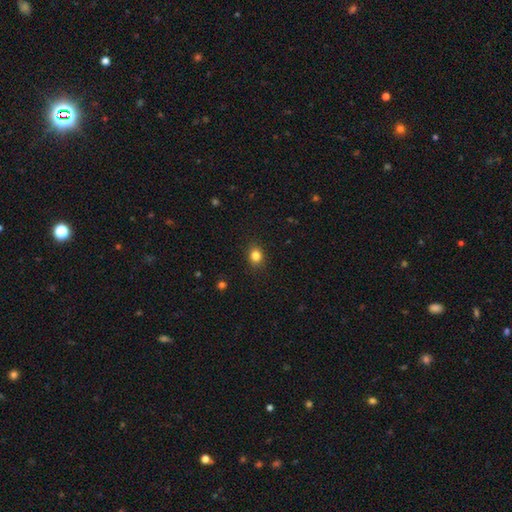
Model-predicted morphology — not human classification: The model was most divided on "how rounded": round: 58%, in between: 41%, cigar-shaped: 1%. More confident: merging — none (88%); smooth or featured — smooth (83%).